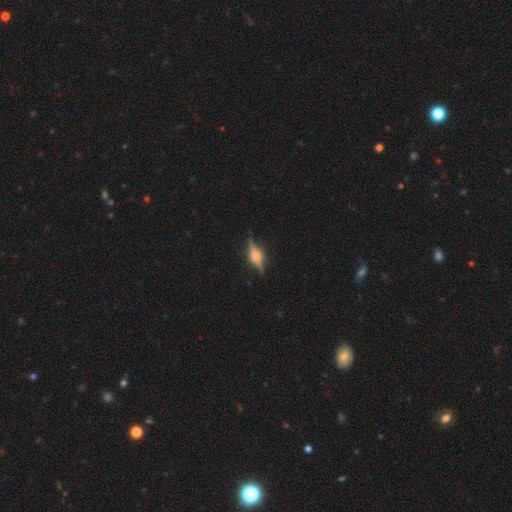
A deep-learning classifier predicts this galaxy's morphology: This is likely a featured or disk galaxy (78%). It is clearly viewed edge-on (97%). Edge-on bulge: clearly rounded (88%). Merging: clearly none (85%).